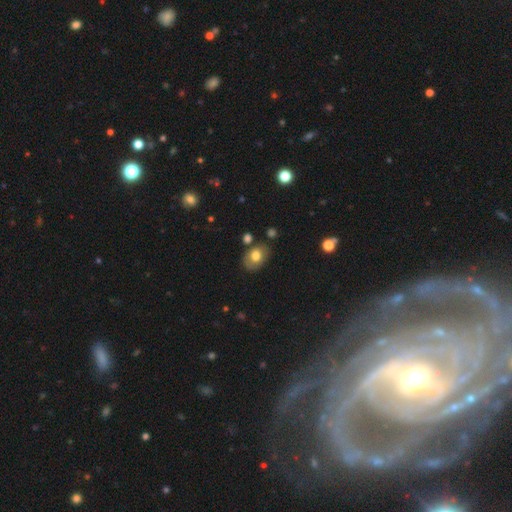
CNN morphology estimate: type=smooth (73%); roundness=in between (75%); merging=none (74%).